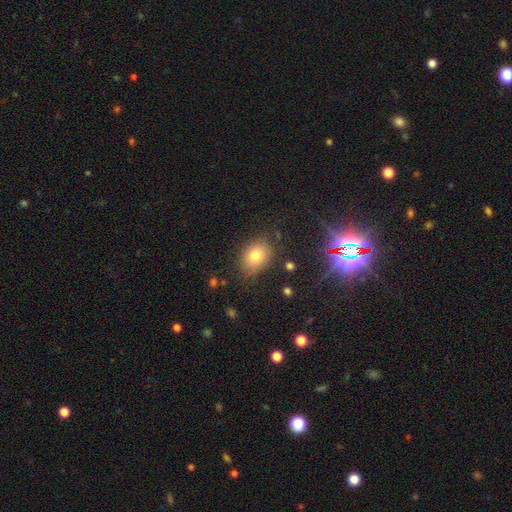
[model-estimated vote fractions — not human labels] The model was most divided on "how rounded": in between: 60%, round: 39%, cigar-shaped: 1%. More confident: merging — none (79%); smooth or featured — smooth (77%).